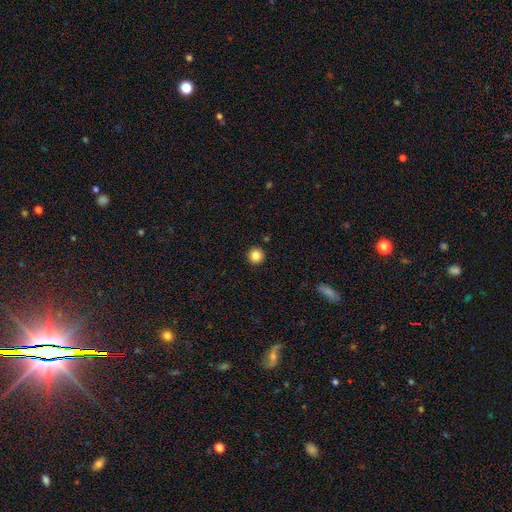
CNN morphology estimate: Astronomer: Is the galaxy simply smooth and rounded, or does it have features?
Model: smooth — 85%.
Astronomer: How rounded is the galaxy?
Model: round — 95%.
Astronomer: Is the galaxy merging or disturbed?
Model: none — 93%.